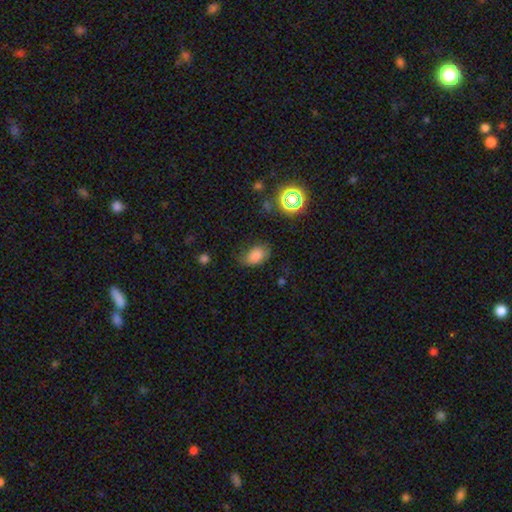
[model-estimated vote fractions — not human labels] Smooth or featured? Predicted: smooth (p=0.80). How rounded? Predicted: in between (p=0.86). Merging? Predicted: none (p=0.63).